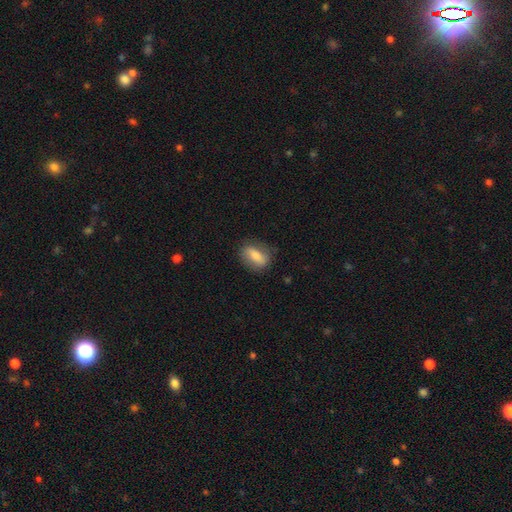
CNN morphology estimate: smooth 68%, featured or disk 24%, star or artifact 7%. Down the decision tree: how rounded — in between (75%); merging — none (78%).